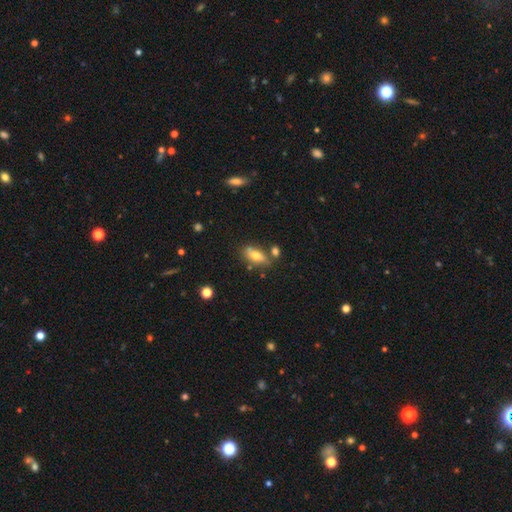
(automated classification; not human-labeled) Smooth or featured?
  - smooth: 66% *
  - featured or disk: 26%
  - star or artifact: 9%
How rounded?
  - in between: 78% *
  - cigar-shaped: 17%
  - round: 5%
Merging?
  - none: 66% *
  - minor disturbance: 16%
  - merger: 14%
  - major disturbance: 4%